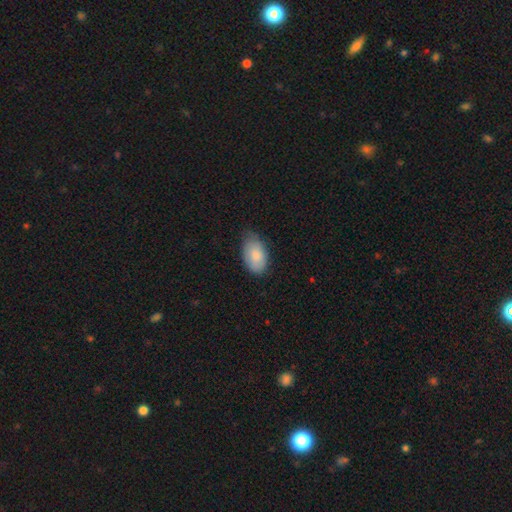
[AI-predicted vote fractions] Q: Smooth or featured?
A: smooth (84%); runner-up: featured or disk (10%)
Q: How rounded?
A: in between (93%); runner-up: round (6%)
Q: Merging?
A: none (61%); runner-up: minor disturbance (32%)